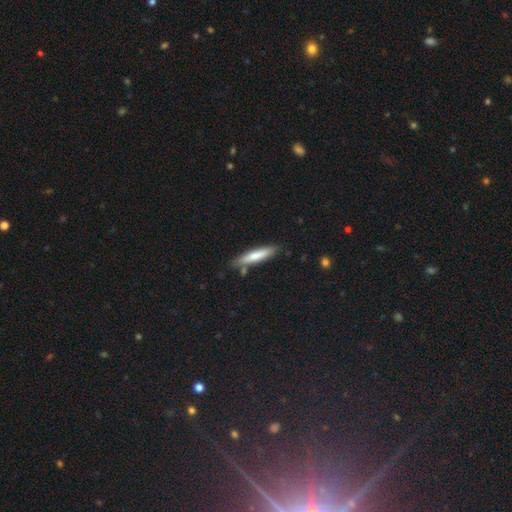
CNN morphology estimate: smooth_or_featured: smooth (p=0.70) [alt: featured or disk p=0.24]
how_rounded: cigar-shaped (p=0.87) [alt: in between p=0.11]
merging: none (p=0.80) [alt: minor disturbance p=0.13]